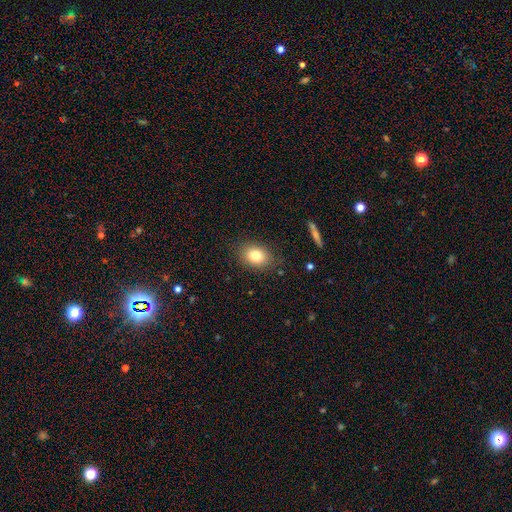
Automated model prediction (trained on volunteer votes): This is clearly a smooth galaxy (80%). How rounded: likely in between (64%). Merging: clearly none (85%).